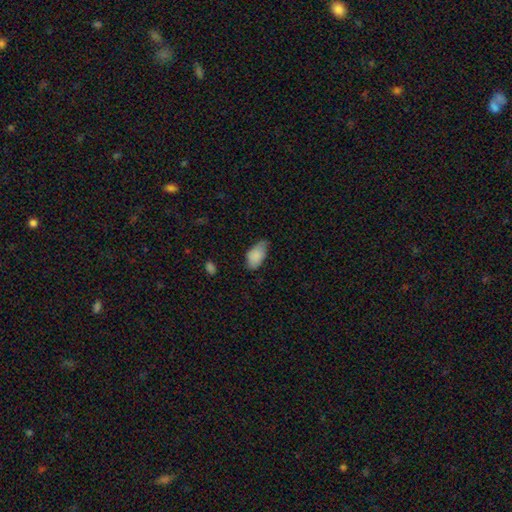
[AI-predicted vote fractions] Overall: smooth (85%). How rounded: in between (93%). Merging: none (45%; minor disturbance 43%).